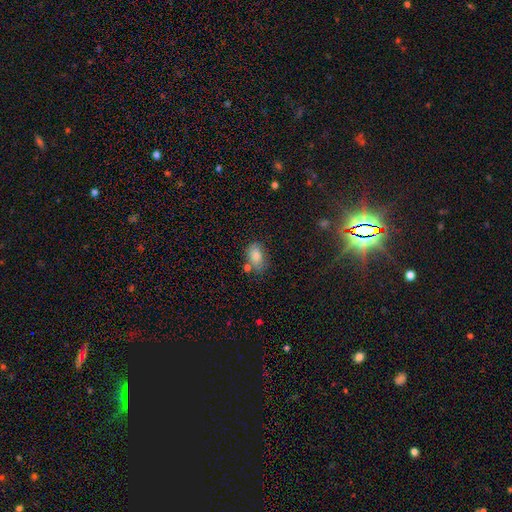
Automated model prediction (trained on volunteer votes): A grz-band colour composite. It shows a smooth galaxy with no disk features (83%) that is in between round and cigar-shaped (84%). Merging: none (60%).